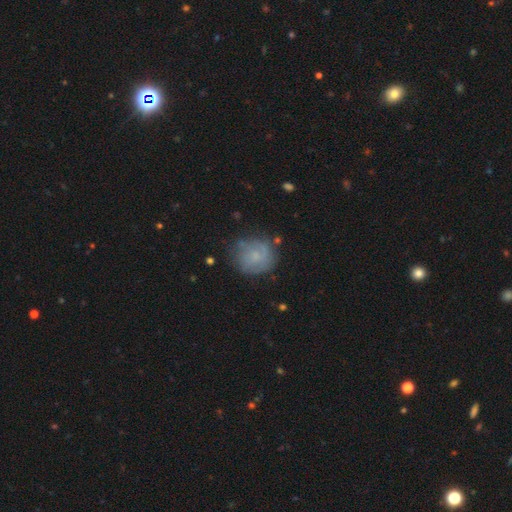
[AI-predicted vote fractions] Smooth or featured? Predicted: smooth (p=0.55). How rounded? Predicted: round (p=0.80). Merging? Predicted: none (p=0.65).